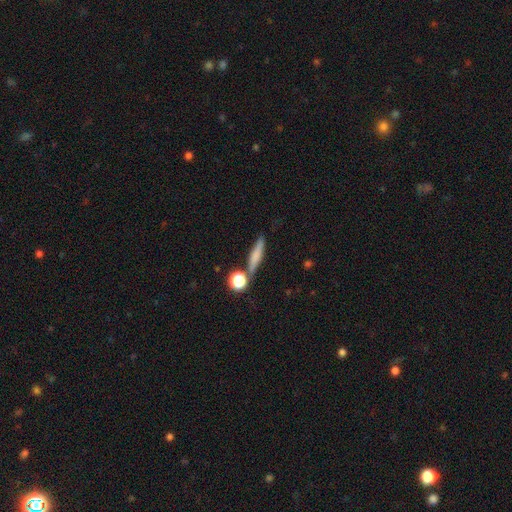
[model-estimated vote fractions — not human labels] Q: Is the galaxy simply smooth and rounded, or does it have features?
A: smooth — 62%.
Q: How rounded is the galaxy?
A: cigar-shaped — 75%.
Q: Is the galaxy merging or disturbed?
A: none — 74%.